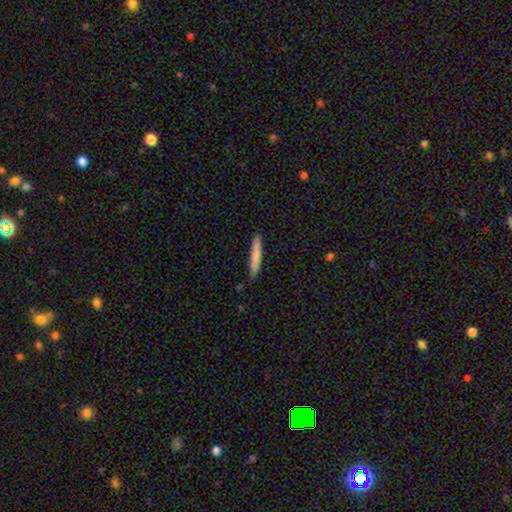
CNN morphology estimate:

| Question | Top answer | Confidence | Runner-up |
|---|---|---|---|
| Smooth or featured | smooth | 76% | featured or disk (19%) |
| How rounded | cigar-shaped | 94% | in between (4%) |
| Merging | none | 87% | minor disturbance (10%) |